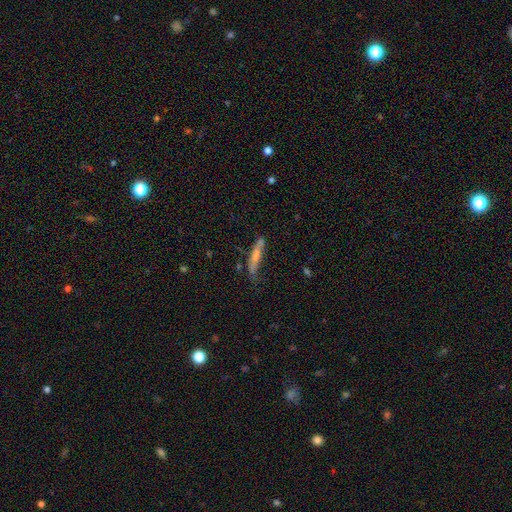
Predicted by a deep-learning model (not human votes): Smooth or featured? Predicted: smooth (p=0.52). How rounded? Predicted: cigar-shaped (p=0.89). Merging? Predicted: none (p=0.58).